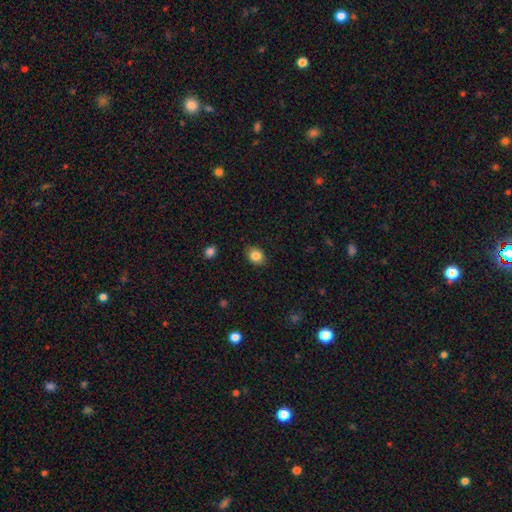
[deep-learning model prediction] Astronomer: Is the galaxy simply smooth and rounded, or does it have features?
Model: smooth — 85%.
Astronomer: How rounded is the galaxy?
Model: in between — 52% (runner-up: round, 47%).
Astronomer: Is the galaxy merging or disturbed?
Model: none — 87%.